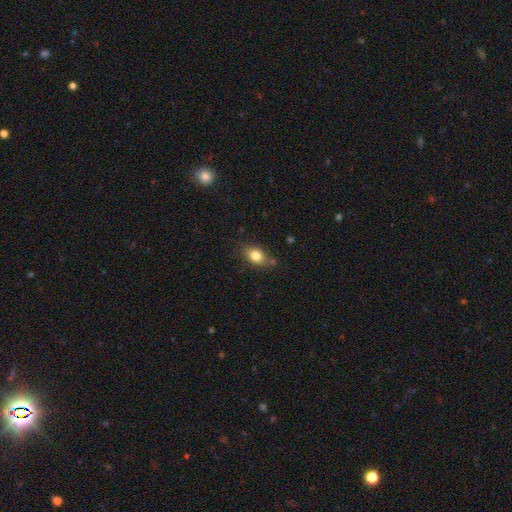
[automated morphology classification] A smooth galaxy with no disk features (81%) that is in between round and cigar-shaped (74%). Merging: none (74%).